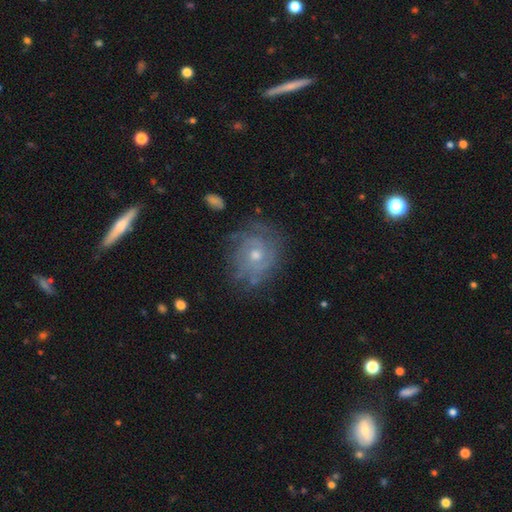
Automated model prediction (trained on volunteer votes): The model was most divided on "bulge size": moderate: 58%, small: 38%, large: 2%, none: 1%, dominant: 1%. Remaining: edge-on disk — no (97%); spiral arms — yes (83%); bar — no (78%); smooth or featured — featured or disk (75%); merging — none (70%); spiral winding — tight (66%); spiral arm count — can't tell (48%).